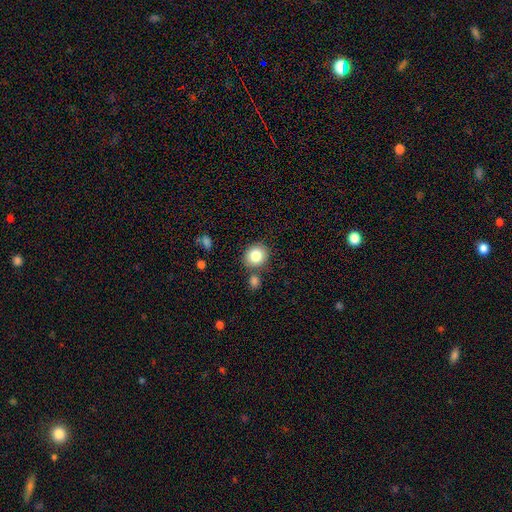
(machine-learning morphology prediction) Smooth or featured: smooth — 84% (star or artifact — 9%)
How rounded: round — 79% (in between — 20%)
Merging: none — 75% (merger — 11%)